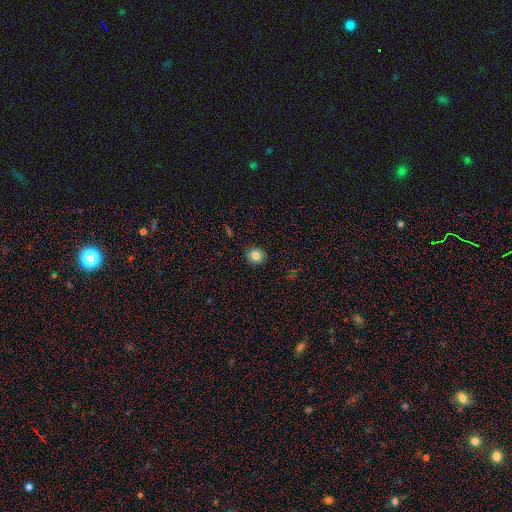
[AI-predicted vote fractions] smooth 81%, star or artifact 11%, featured or disk 8%. Down the decision tree: how rounded — round (87%); merging — none (90%).